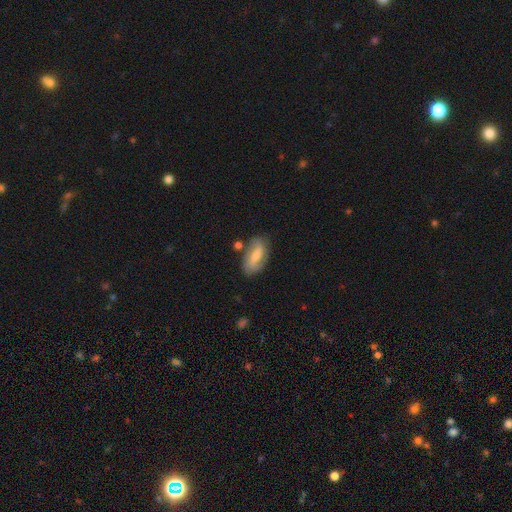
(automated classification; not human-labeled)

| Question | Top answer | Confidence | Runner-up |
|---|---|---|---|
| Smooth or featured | featured or disk | 47% | smooth (46%) |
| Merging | none | 72% | minor disturbance (17%) |